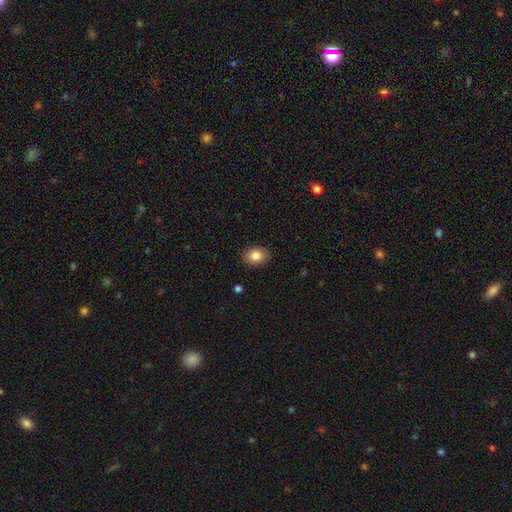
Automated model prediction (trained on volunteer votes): This is clearly a smooth galaxy (84%). How rounded: likely in between (63%). Merging: clearly none (88%).